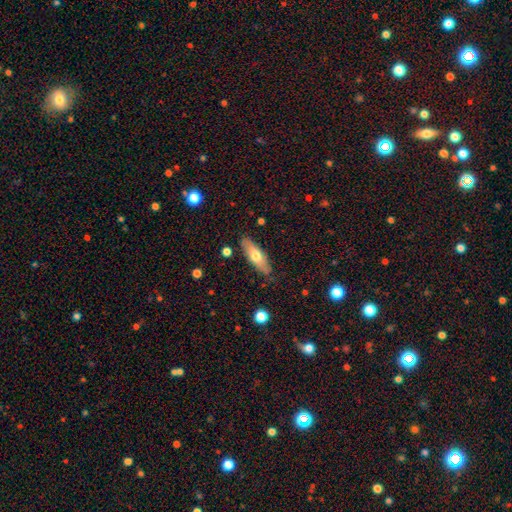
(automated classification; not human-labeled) Smooth or featured? smooth (62%)
How rounded? in between (57%)
Merging? none (84%)